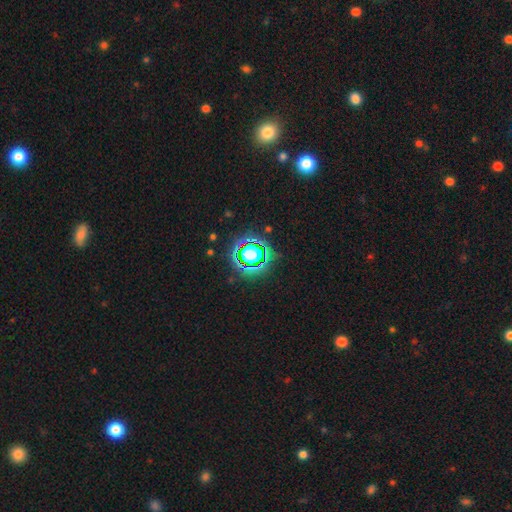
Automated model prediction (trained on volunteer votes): Smooth or featured? Predicted: star or artifact (p=0.74).